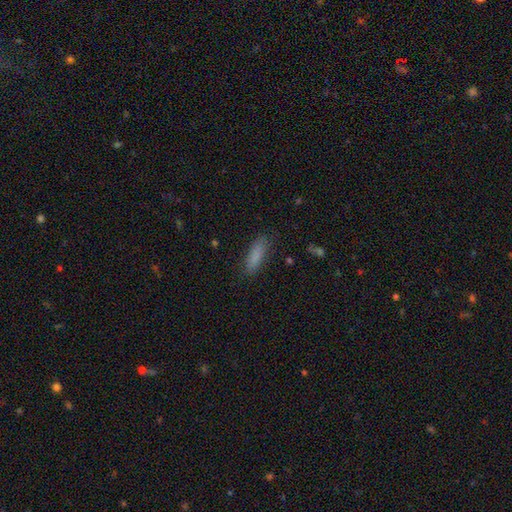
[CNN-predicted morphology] Smooth or featured?
  - smooth: 85% *
  - star or artifact: 8%
  - featured or disk: 7%
How rounded?
  - cigar-shaped: 51% *
  - in between: 47%
  - round: 2%
Merging?
  - none: 81% *
  - minor disturbance: 14%
  - major disturbance: 4%
  - merger: 1%